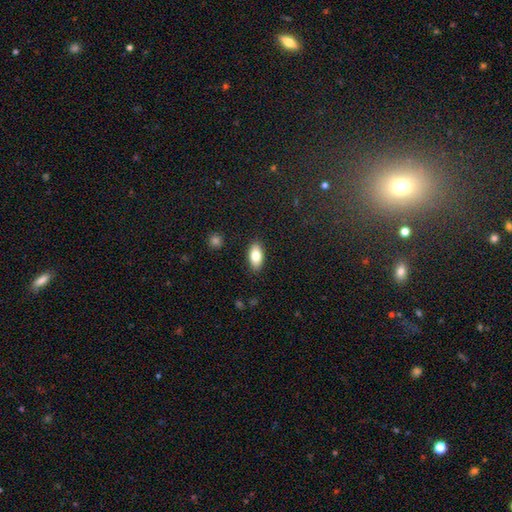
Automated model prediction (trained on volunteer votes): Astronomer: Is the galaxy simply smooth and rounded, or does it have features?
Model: smooth — 81%.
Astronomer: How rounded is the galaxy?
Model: in between — 90%.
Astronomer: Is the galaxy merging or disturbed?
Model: none — 88%.